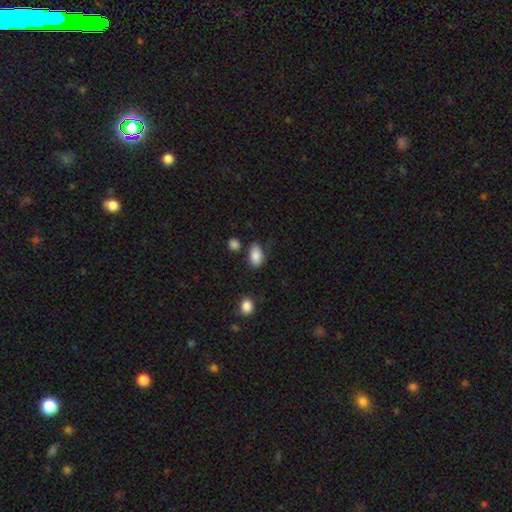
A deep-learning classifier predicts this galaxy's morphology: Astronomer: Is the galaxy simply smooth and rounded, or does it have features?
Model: smooth — 87%.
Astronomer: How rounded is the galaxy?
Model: in between — 88%.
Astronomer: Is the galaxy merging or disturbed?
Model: none — 63%.